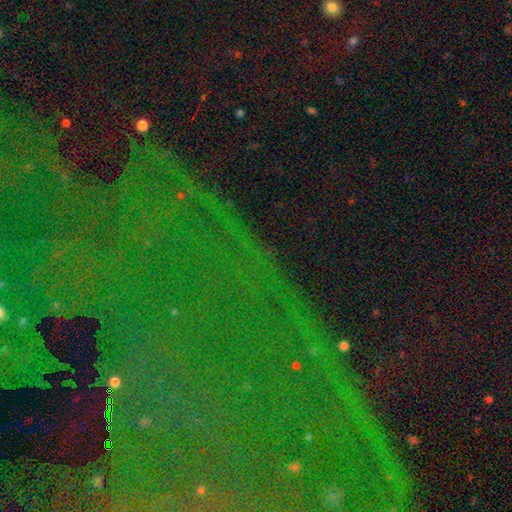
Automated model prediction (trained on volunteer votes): Smooth or featured?
  - star or artifact: 83% *
  - featured or disk: 9%
  - smooth: 8%